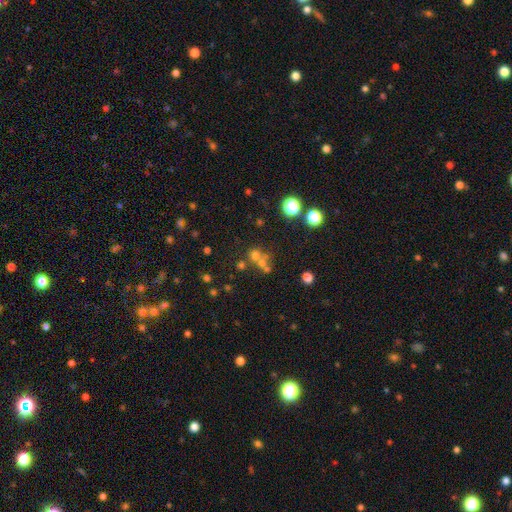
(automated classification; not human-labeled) A smooth galaxy with no disk features (55%) that is round (84%).

Vote fractions:
- Smooth or featured? smooth: 55% / star or artifact: 28% / featured or disk: 17%
- How rounded? round: 84% / in between: 15% / cigar-shaped: 1%
- Merging? none: 48% / merger: 39% / minor disturbance: 8% / major disturbance: 5%